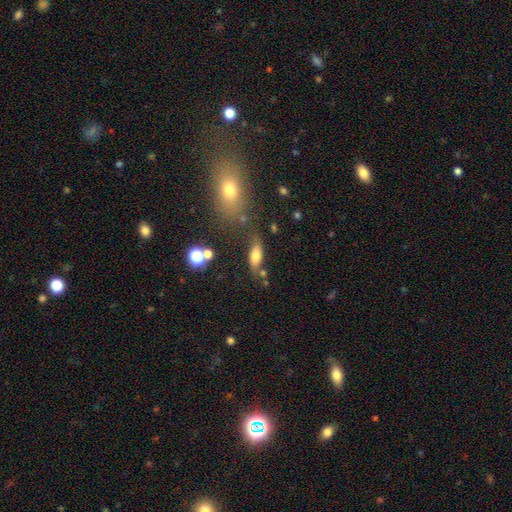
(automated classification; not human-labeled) Overall: smooth (70%). How rounded: in between (75%). Merging: none (63%).